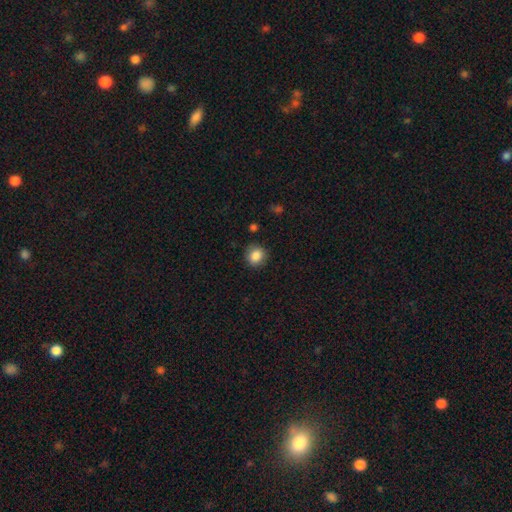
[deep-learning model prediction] Smooth or featured: smooth — 86% (star or artifact — 9%)
How rounded: round — 78% (in between — 22%)
Merging: none — 85% (minor disturbance — 11%)